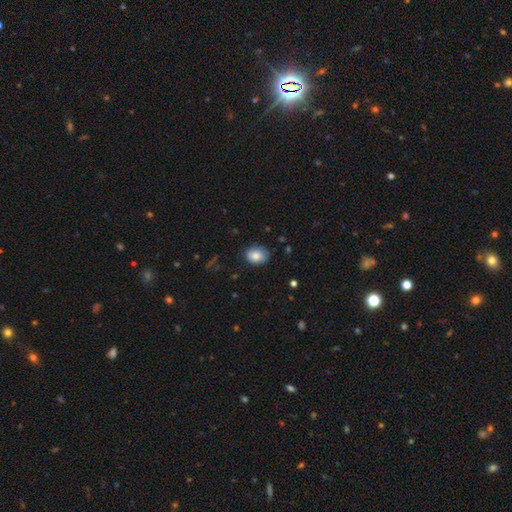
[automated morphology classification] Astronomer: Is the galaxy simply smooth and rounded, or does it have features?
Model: smooth — 83%.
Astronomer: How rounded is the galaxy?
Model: in between — 50% (runner-up: round, 49%).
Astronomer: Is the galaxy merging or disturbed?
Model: none — 78%.